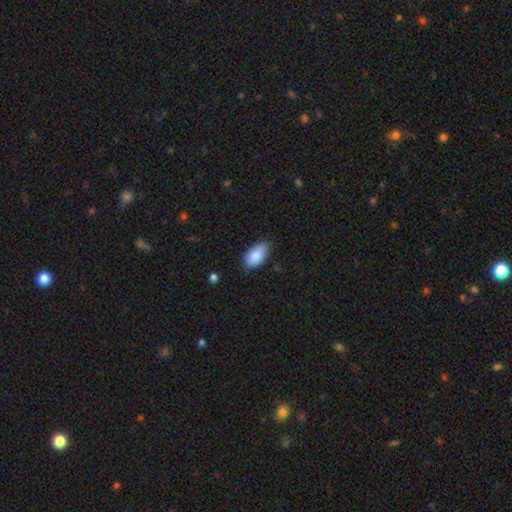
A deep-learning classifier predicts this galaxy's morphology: smooth_or_featured: smooth (p=0.86) [alt: featured or disk p=0.07]
how_rounded: in between (p=0.94) [alt: round p=0.03]
merging: none (p=0.72) [alt: minor disturbance p=0.24]